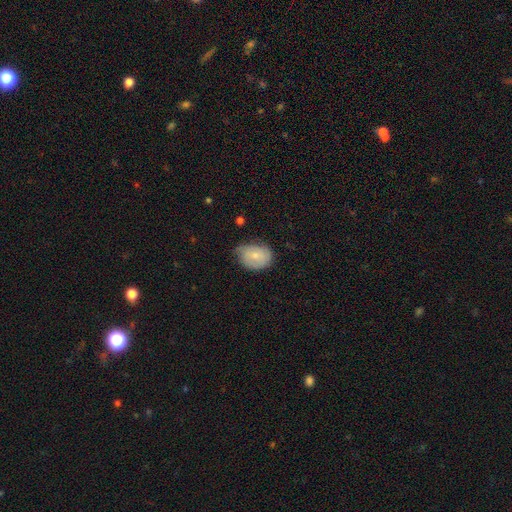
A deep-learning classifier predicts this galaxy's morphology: This appears to be a smooth galaxy with no disk features (65%) that is in between round and cigar-shaped (68%). Merging: none (51%).